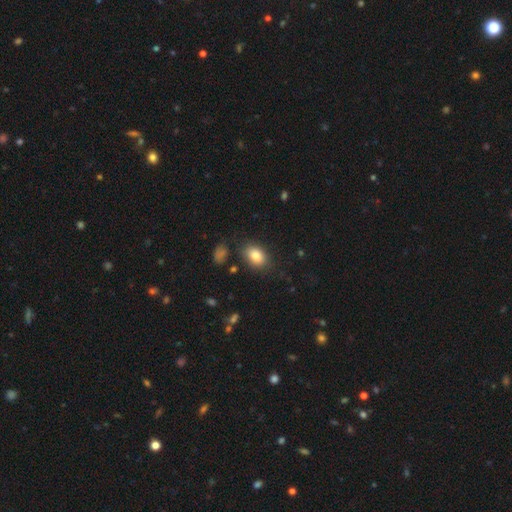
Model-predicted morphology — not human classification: A smooth galaxy with no disk features (82%) that is in between round and cigar-shaped (81%). Merging: none (80%).